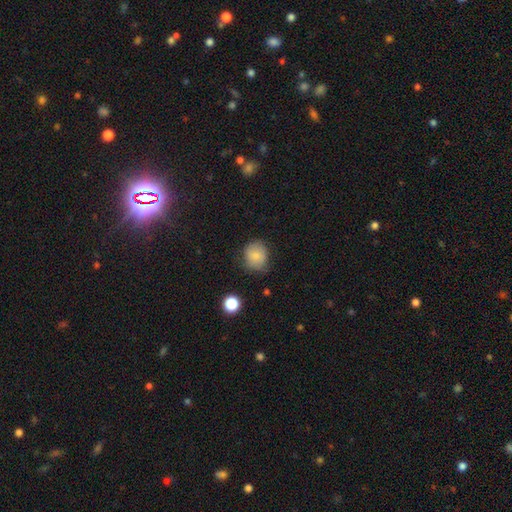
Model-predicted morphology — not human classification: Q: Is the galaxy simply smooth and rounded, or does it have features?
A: smooth — 79%.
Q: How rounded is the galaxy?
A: round — 74%.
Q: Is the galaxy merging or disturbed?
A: none — 68%.